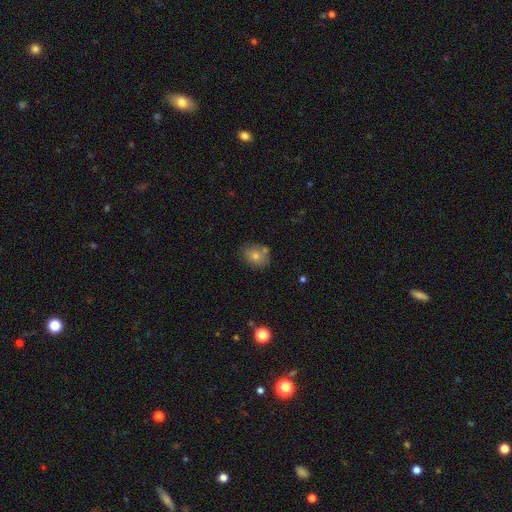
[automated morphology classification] type=smooth (70%); roundness=in between (53%); merging=none (74%).